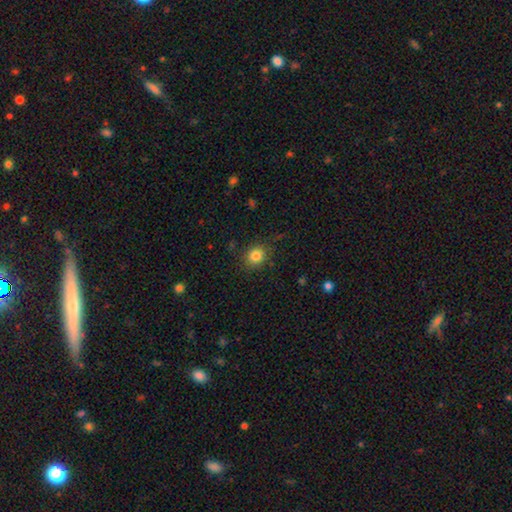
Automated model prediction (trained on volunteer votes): Q: Smooth or featured?
A: smooth (83%); runner-up: star or artifact (12%)
Q: How rounded?
A: round (78%); runner-up: in between (21%)
Q: Merging?
A: none (86%); runner-up: minor disturbance (10%)